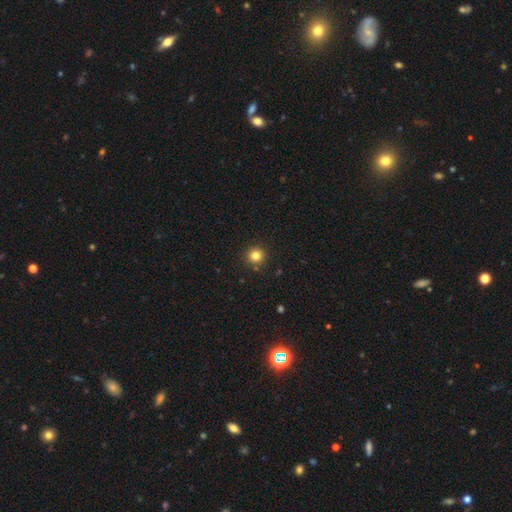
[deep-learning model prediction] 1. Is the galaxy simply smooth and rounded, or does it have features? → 82% smooth, 13% star or artifact, 6% featured or disk.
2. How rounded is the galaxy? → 94% round, 5% in between, 1% cigar-shaped.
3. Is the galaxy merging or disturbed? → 89% none, 7% minor disturbance, 2% merger, 2% major disturbance.